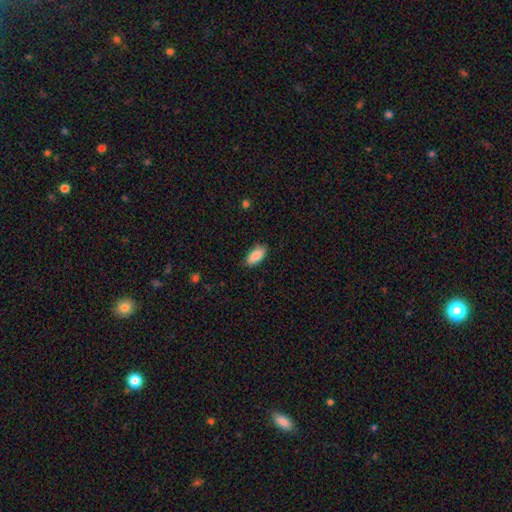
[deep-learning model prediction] Overall: smooth (89%). How rounded: in between (91%). Merging: none (85%).